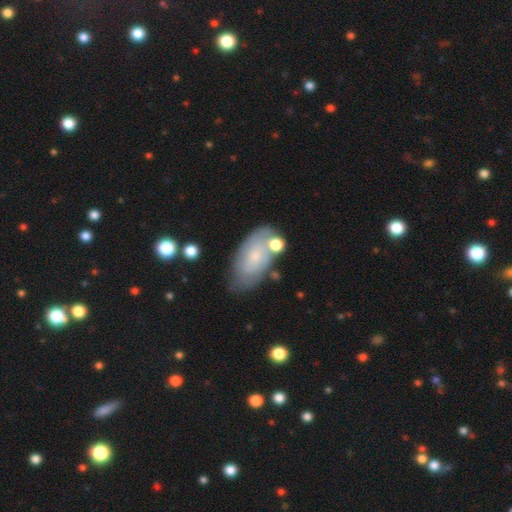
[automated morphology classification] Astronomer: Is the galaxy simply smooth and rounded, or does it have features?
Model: smooth — 52% (runner-up: featured or disk, 41%).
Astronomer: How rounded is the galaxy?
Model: in between — 92%.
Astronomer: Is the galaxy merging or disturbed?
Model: none — 63%.